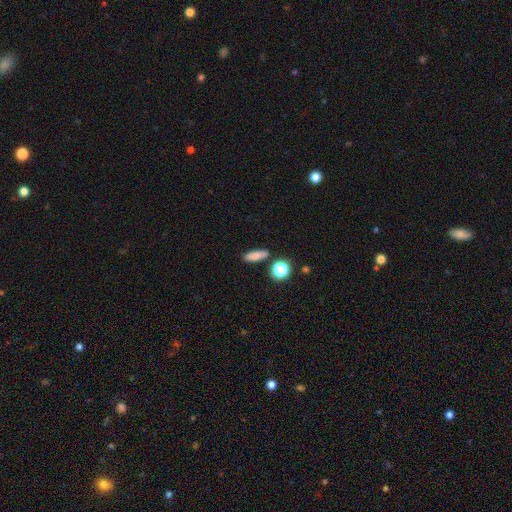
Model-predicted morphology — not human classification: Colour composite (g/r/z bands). It shows a smooth galaxy with no disk features (79%) that is in between round and cigar-shaped (50%). Merging: none (82%).